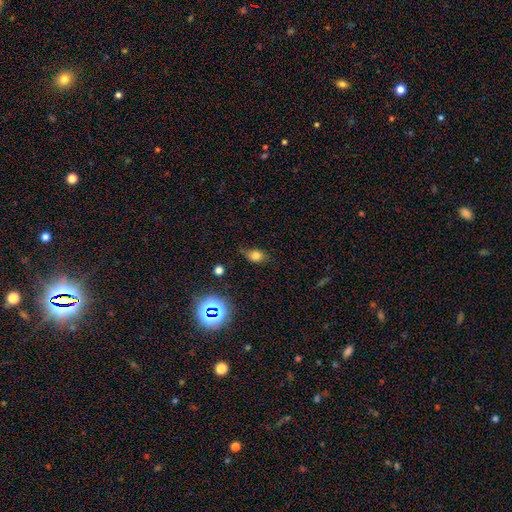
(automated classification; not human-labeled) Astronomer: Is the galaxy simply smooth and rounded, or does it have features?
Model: smooth — 73%.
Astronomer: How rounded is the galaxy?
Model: in between — 68%.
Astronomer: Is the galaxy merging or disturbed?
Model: none — 64%.